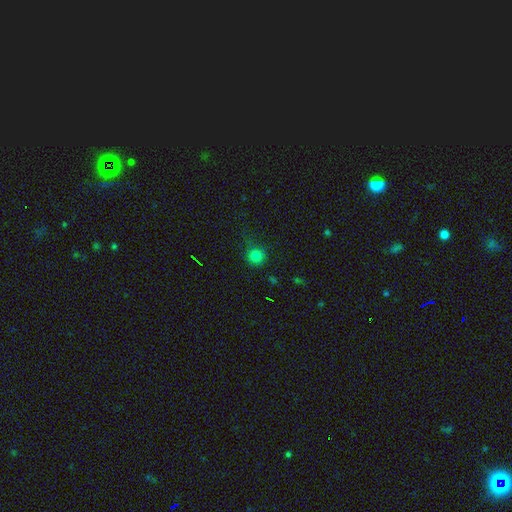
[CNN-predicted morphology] Smooth or featured: smooth — 79% (star or artifact — 17%)
How rounded: round — 90% (in between — 9%)
Merging: none — 74% (minor disturbance — 17%)